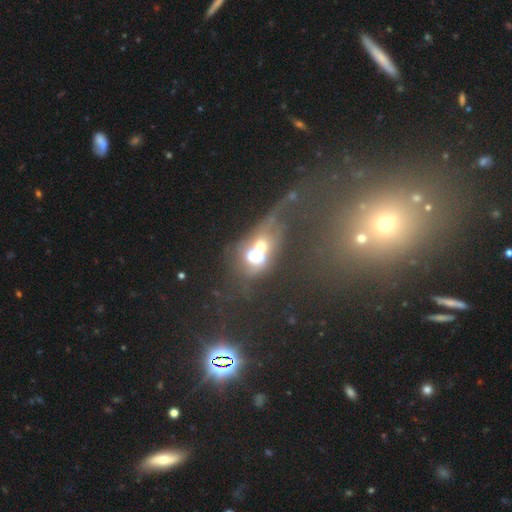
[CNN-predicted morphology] Smooth or featured? featured or disk (48%)
Merging? merger (65%)